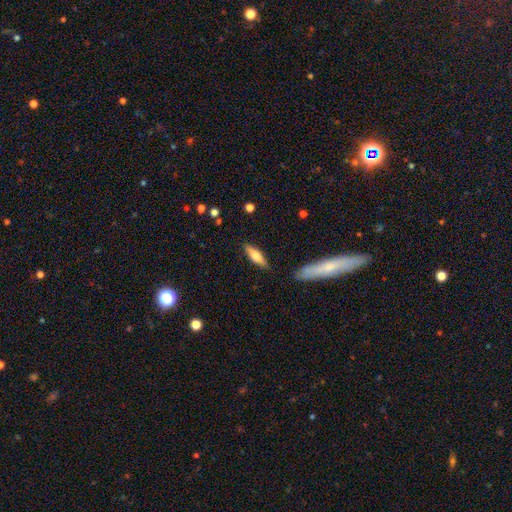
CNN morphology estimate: Smooth or featured? smooth (70%)
How rounded? cigar-shaped (52%)
Merging? none (84%)